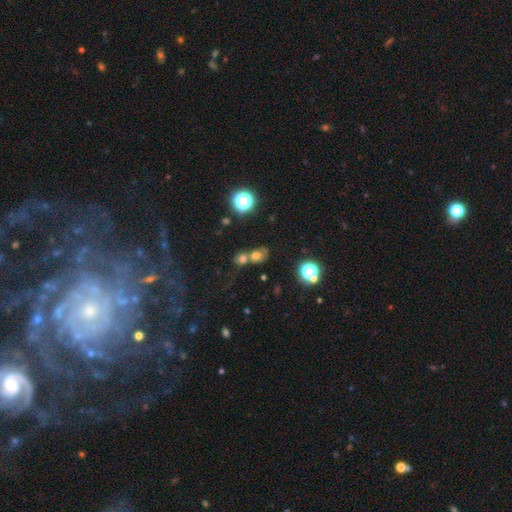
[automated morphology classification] The model was most divided on "how rounded": round: 57%, in between: 41%, cigar-shaped: 2%. More confident: smooth or featured — smooth (63%); merging — merger (55%).